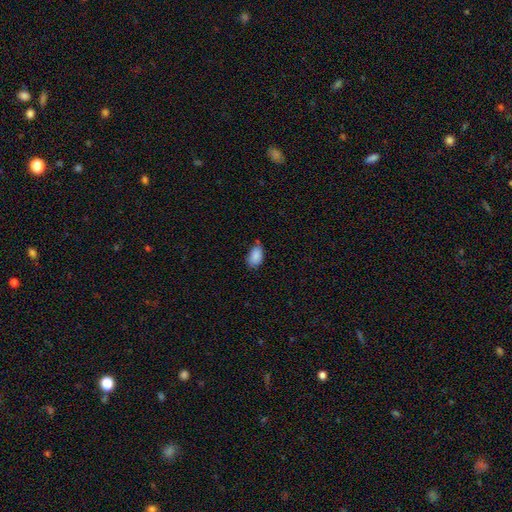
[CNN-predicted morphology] Smooth or featured? Predicted: smooth (p=0.87). How rounded? Predicted: in between (p=0.92). Merging? Predicted: none (p=0.58).